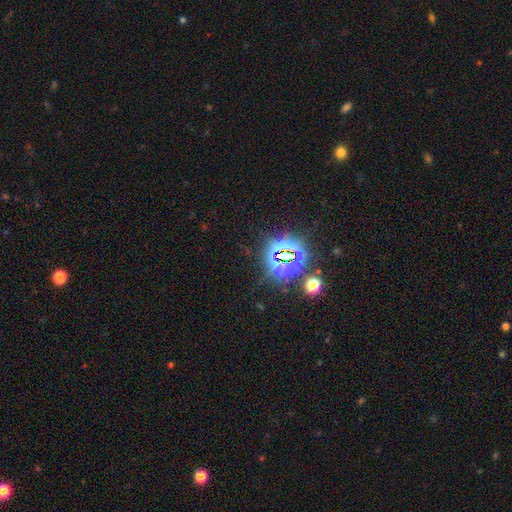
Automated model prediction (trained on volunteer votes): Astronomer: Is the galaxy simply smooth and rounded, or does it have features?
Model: star or artifact — 82%.